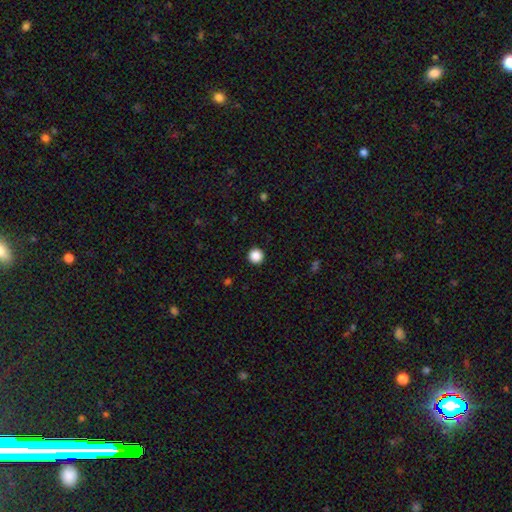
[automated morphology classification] Overall: smooth (88%). How rounded: round (96%). Merging: none (94%).